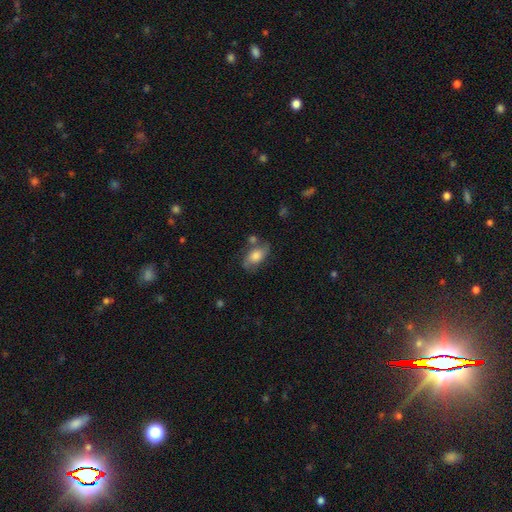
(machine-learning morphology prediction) type=smooth (56%); roundness=in between (87%); merging=none (58%).